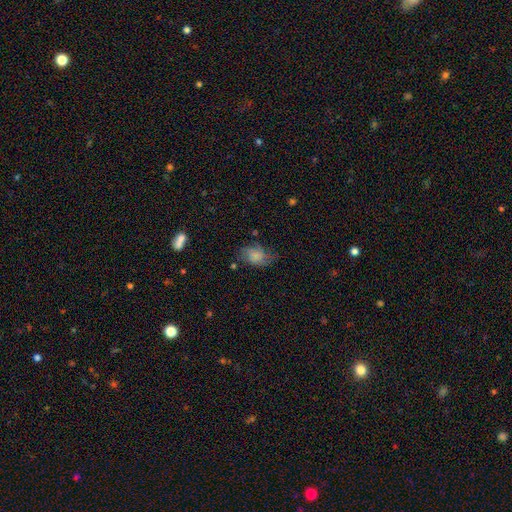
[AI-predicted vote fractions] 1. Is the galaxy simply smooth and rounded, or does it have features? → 70% smooth, 21% featured or disk, 9% star or artifact.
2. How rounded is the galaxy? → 83% in between, 15% round, 2% cigar-shaped.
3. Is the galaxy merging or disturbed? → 53% none, 30% minor disturbance, 14% major disturbance, 3% merger.